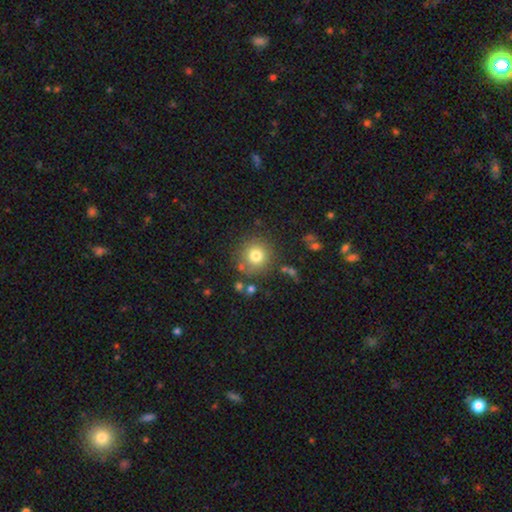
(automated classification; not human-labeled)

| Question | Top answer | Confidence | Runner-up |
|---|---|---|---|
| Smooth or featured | smooth | 78% | star or artifact (13%) |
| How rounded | round | 93% | in between (6%) |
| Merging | none | 83% | minor disturbance (9%) |